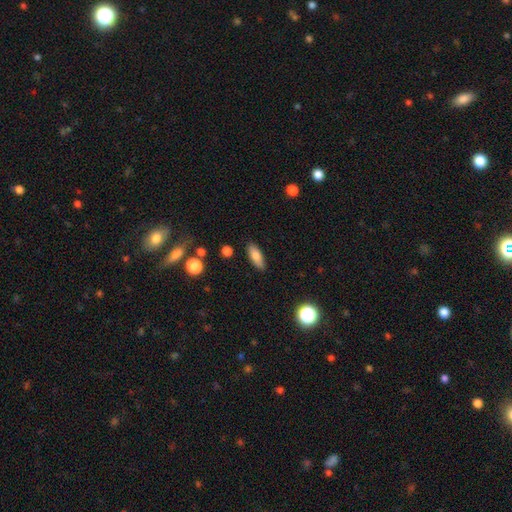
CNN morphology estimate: This appears to be a smooth galaxy with no disk features (78%) that is in between round and cigar-shaped (67%). Merging: none (87%).